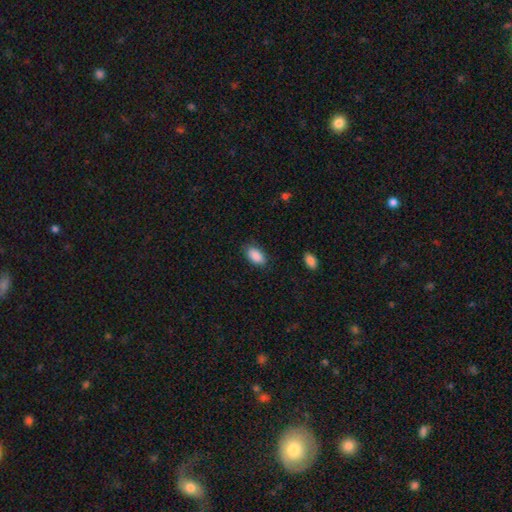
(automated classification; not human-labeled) Smooth or featured: smooth — 90% (star or artifact — 7%)
How rounded: in between — 93% (round — 4%)
Merging: none — 84% (minor disturbance — 12%)